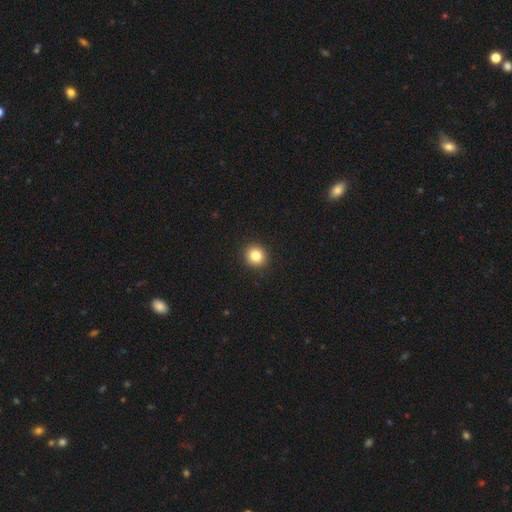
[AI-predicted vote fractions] smooth-or-featured: smooth: 84% | star or artifact: 10% | featured or disk: 6%
  how-rounded: round: 90% | in between: 9% | cigar-shaped: 1%
  merging: none: 93% | minor disturbance: 5% | major disturbance: 2% | merger: 1%